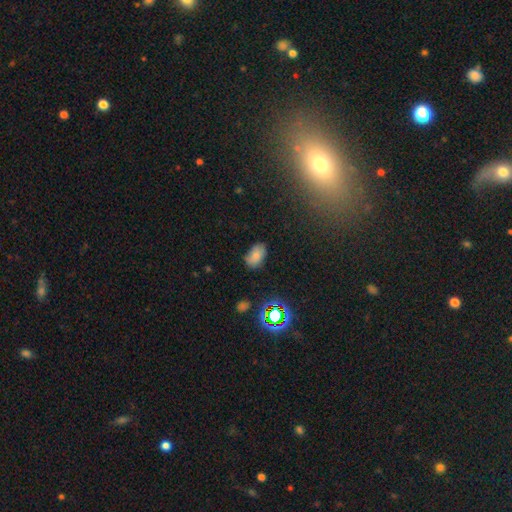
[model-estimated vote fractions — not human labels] This is likely a smooth galaxy (73%). How rounded: clearly in between (89%). Merging: likely none (72%).